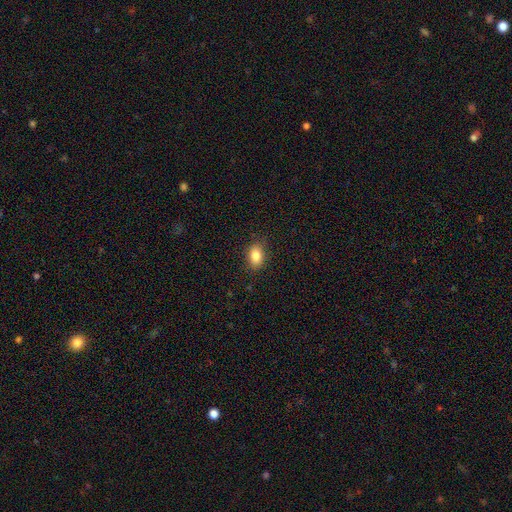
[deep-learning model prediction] The model was most divided on "how rounded": in between: 81%, round: 17%, cigar-shaped: 2%. More confident: merging — none (85%); smooth or featured — smooth (84%).